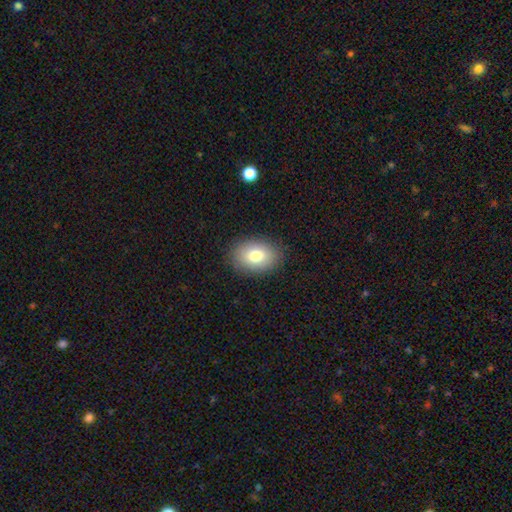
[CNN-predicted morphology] A smooth galaxy with no disk features (79%) that is in between round and cigar-shaped (80%). Merging: none (87%).